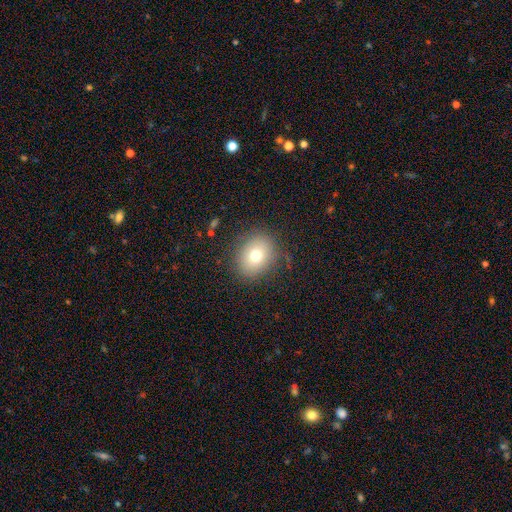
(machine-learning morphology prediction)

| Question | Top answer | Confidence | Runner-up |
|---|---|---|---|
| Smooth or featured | smooth | 72% | featured or disk (15%) |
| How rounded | round | 59% | in between (40%) |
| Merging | none | 83% | minor disturbance (11%) |